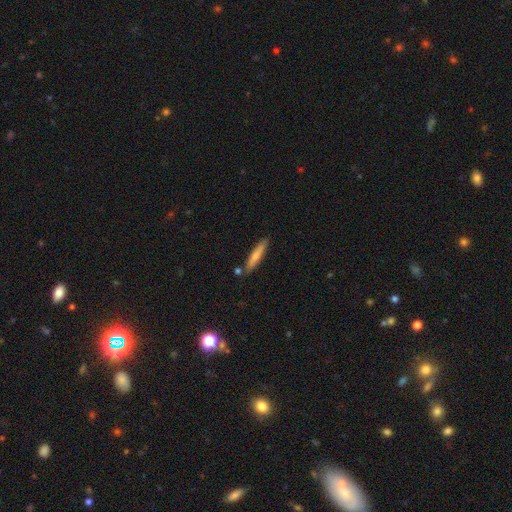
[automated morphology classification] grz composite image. It shows a smooth galaxy with no disk features (67%) that is cigar-shaped (91%). Merging: none (81%).